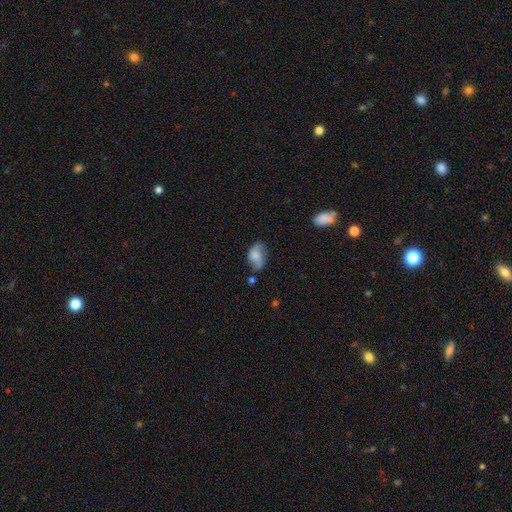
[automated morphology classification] Q: Smooth or featured?
A: smooth (64%); runner-up: featured or disk (27%)
Q: How rounded?
A: in between (87%); runner-up: round (11%)
Q: Merging?
A: none (44%); runner-up: minor disturbance (33%)